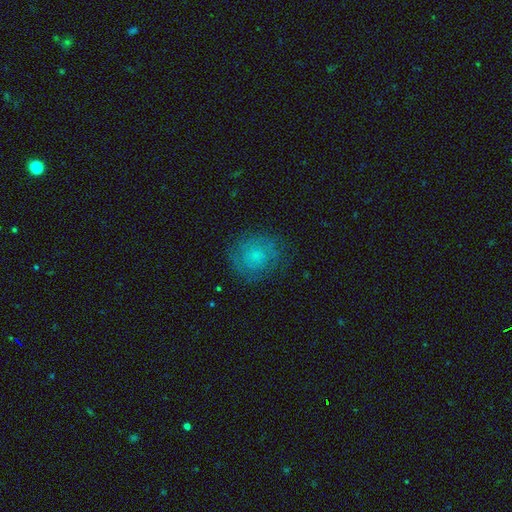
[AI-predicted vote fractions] Morphology: type=smooth (55%); roundness=round (83%); merging=none (78%).